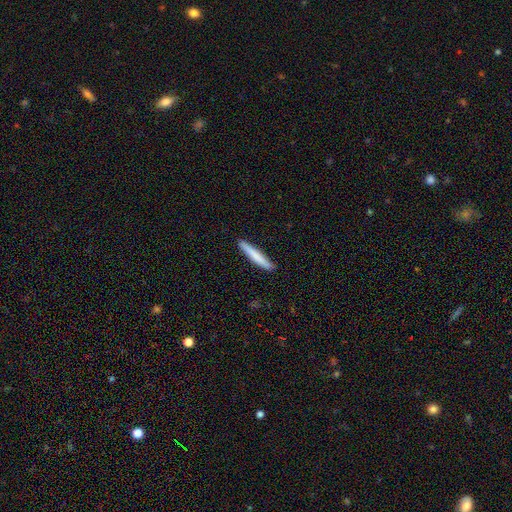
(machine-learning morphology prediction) Smooth or featured? Predicted: smooth (p=0.76). How rounded? Predicted: cigar-shaped (p=0.95). Merging? Predicted: none (p=0.90).